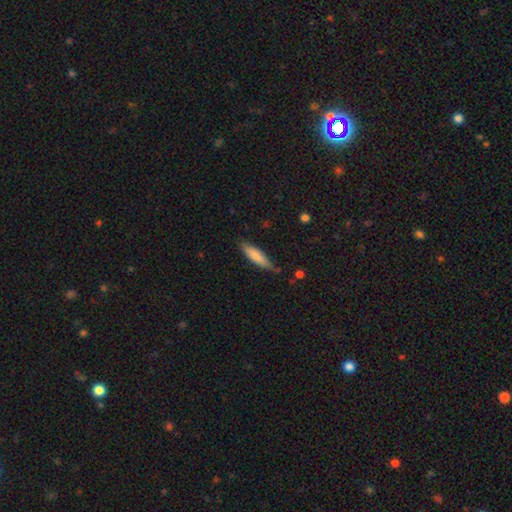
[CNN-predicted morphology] Overall: smooth (81%). How rounded: cigar-shaped (70%). Merging: none (72%).